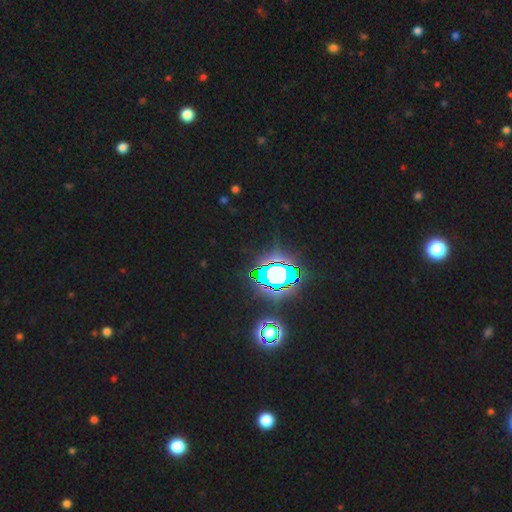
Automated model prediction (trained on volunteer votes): smooth_or_featured: star or artifact (p=0.81) [alt: smooth p=0.11]